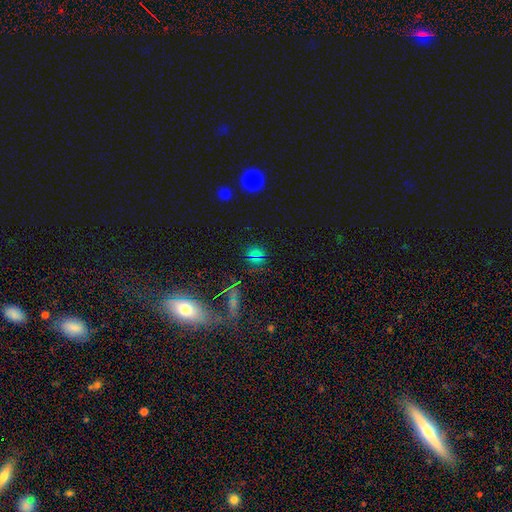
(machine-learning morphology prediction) This is possibly a smooth galaxy (47%). Merging: clearly none (82%).